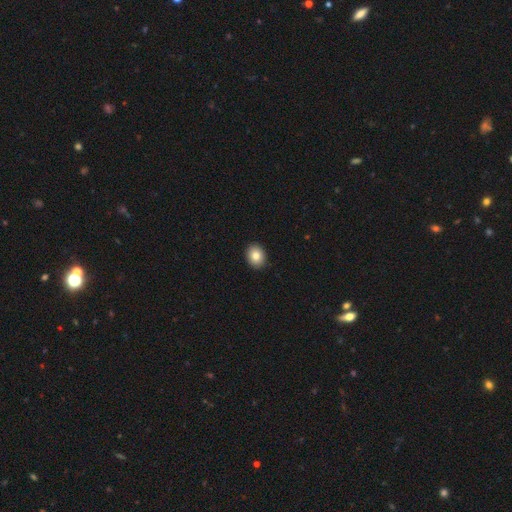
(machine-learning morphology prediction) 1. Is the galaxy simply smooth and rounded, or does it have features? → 83% smooth, 9% star or artifact, 8% featured or disk.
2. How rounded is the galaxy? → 54% round, 45% in between, 1% cigar-shaped.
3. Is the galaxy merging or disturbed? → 92% none, 6% minor disturbance, 1% major disturbance, 1% merger.